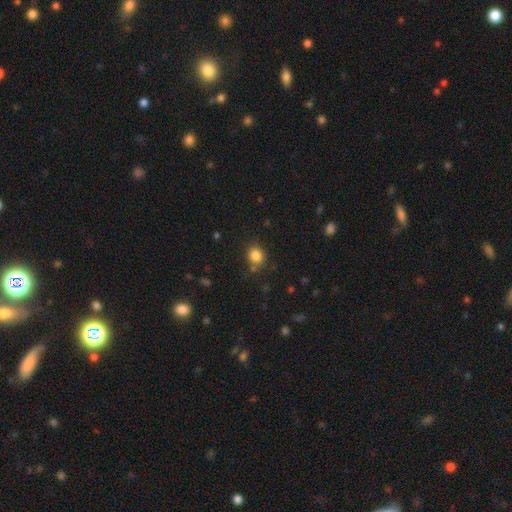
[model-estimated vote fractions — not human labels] This is clearly a smooth galaxy (84%). How rounded: likely round (78%). Merging: likely none (79%).